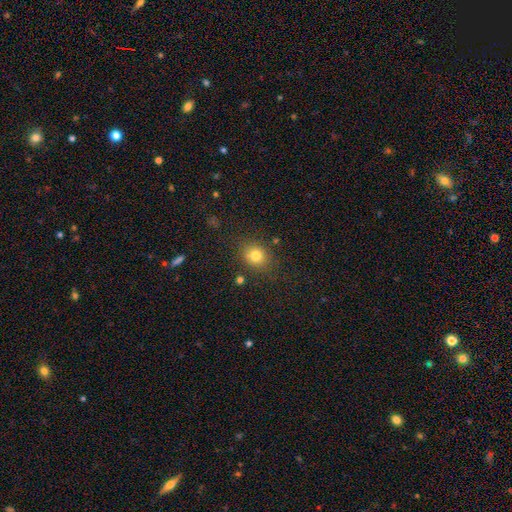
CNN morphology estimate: Smooth or featured: smooth — 79% (star or artifact — 13%)
How rounded: round — 71% (in between — 28%)
Merging: none — 82% (minor disturbance — 11%)